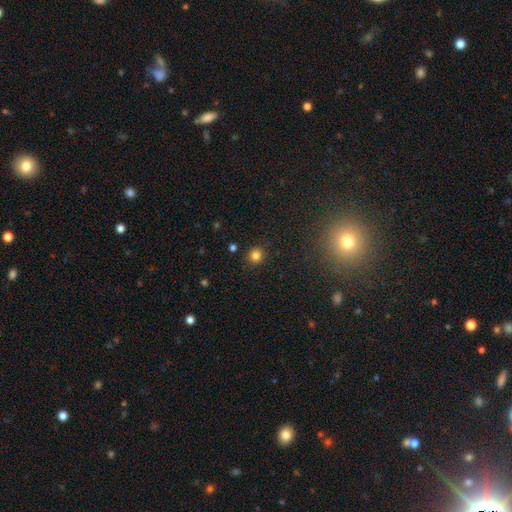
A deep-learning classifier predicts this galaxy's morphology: smooth_or_featured: smooth (p=0.82) [alt: star or artifact p=0.14]
how_rounded: round (p=0.90) [alt: in between p=0.09]
merging: none (p=0.89) [alt: minor disturbance p=0.07]